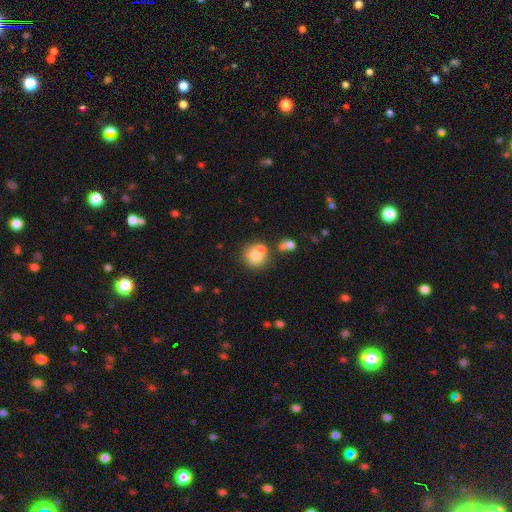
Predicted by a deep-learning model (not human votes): Smooth or featured: smooth — 73% (featured or disk — 17%)
How rounded: round — 86% (in between — 13%)
Merging: none — 49% (merger — 37%)